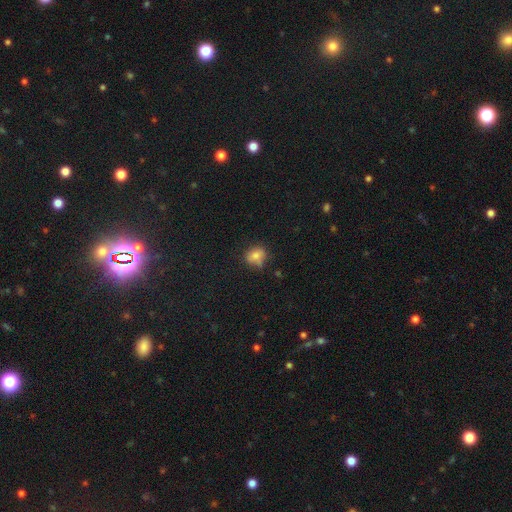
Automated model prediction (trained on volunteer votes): A smooth galaxy with no disk features (76%) that is round (63%).

Vote fractions:
- Smooth or featured? smooth: 76% / star or artifact: 12% / featured or disk: 12%
- How rounded? round: 63% / in between: 35% / cigar-shaped: 1%
- Merging? none: 60% / minor disturbance: 27% / major disturbance: 7% / merger: 6%